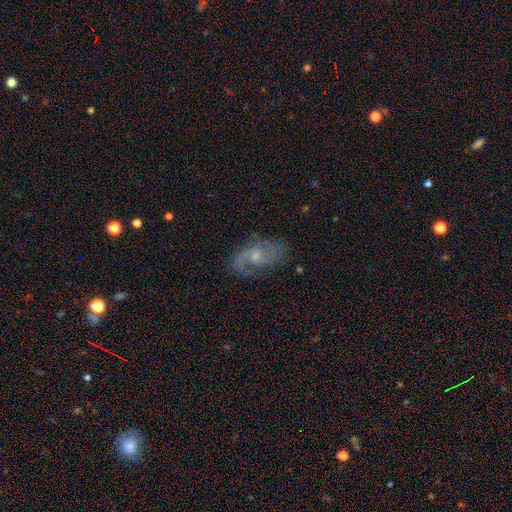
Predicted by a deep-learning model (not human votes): The model was most divided on "spiral winding": medium: 47%, loose: 38%, tight: 15%. More confident: edge-on disk — no (97%); spiral arms — yes (95%); smooth or featured — featured or disk (82%); spiral arm count — 2 (82%); merging — none (70%); bar — no (54%); bulge size — small (52%).